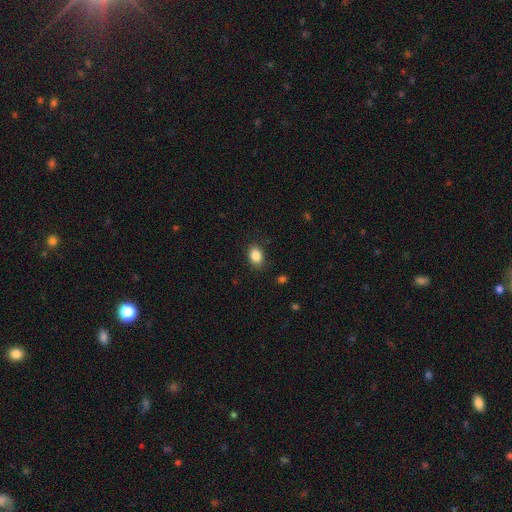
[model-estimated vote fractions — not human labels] A smooth galaxy with no disk features (86%) that is in between round and cigar-shaped (75%). Merging: none (85%).